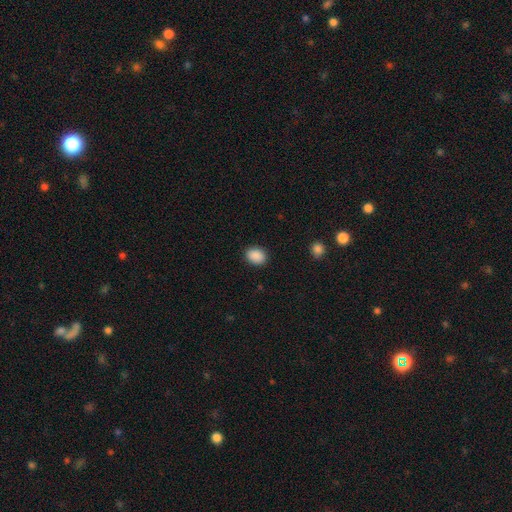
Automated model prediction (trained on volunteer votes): Smooth or featured: smooth — 90% (star or artifact — 8%)
How rounded: in between — 64% (round — 35%)
Merging: none — 89% (minor disturbance — 8%)